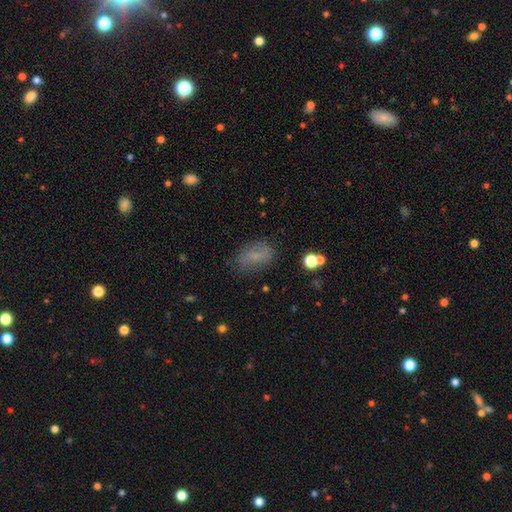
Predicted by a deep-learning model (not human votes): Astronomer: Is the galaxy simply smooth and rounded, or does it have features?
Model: smooth — 66%.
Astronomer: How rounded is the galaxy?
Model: in between — 85%.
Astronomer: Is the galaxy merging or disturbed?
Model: none — 73%.